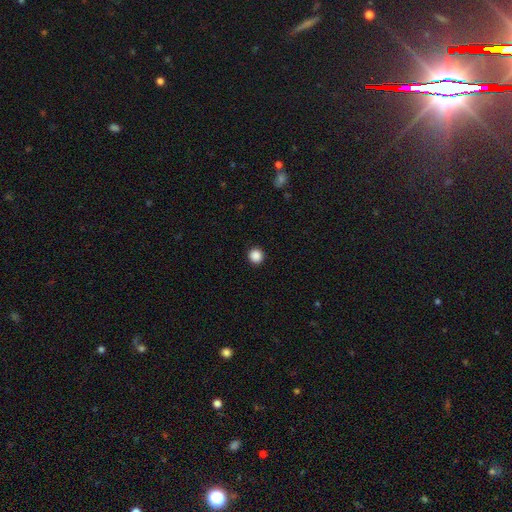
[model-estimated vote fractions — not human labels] Smooth or featured? smooth (88%)
How rounded? round (95%)
Merging? none (93%)